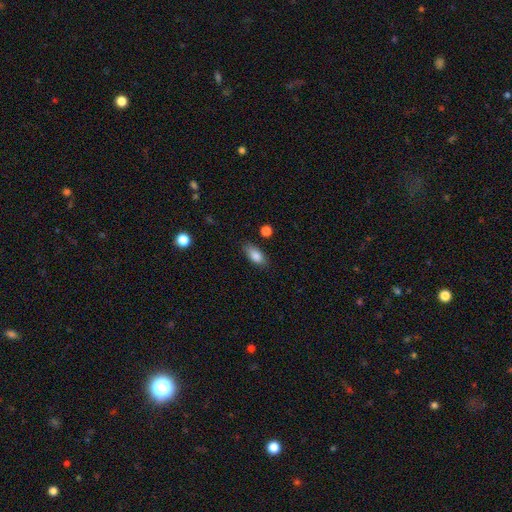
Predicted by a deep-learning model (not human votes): Morphology: type=smooth (84%); roundness=in between (86%); merging=none (79%).